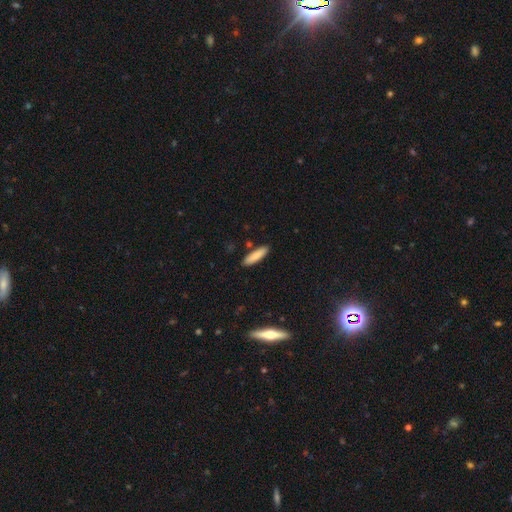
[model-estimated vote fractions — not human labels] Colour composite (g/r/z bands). It shows a smooth galaxy with no disk features (83%) that is cigar-shaped (67%). Merging: none (87%).